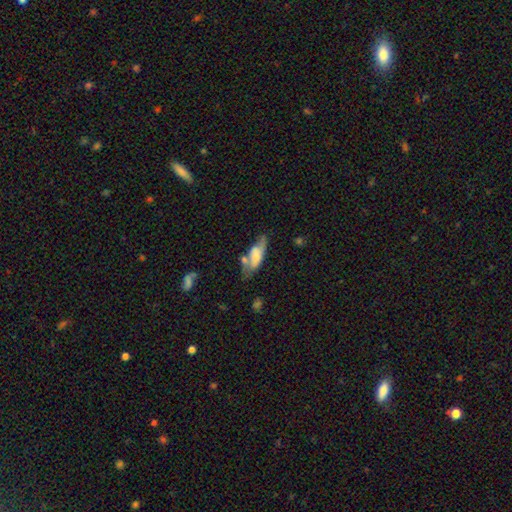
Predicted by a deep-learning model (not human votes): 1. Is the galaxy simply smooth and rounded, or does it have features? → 55% smooth, 38% featured or disk, 7% star or artifact.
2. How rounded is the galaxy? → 67% in between, 30% cigar-shaped, 3% round.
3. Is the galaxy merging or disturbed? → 45% none, 26% minor disturbance, 17% merger, 12% major disturbance.